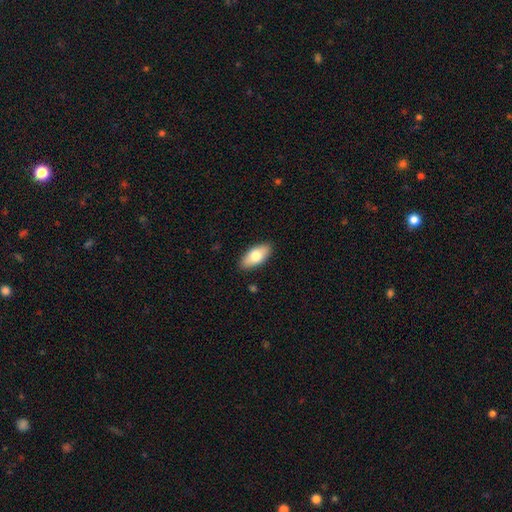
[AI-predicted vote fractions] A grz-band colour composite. It shows a smooth galaxy with no disk features (74%) that is in between round and cigar-shaped (90%). Merging: none (88%).